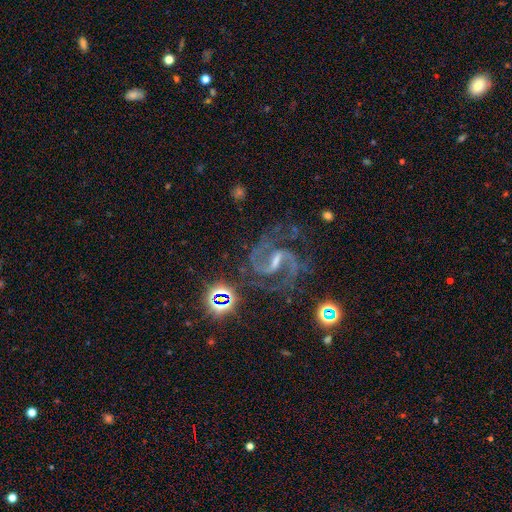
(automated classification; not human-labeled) smooth_or_featured: featured or disk (p=0.87) [alt: star or artifact p=0.10]
disk_edge_on: no (p=0.97) [alt: yes p=0.03]
bar: weak (p=0.45) [alt: strong p=0.43]
has_spiral_arms: yes (p=0.98) [alt: no p=0.02]
spiral_winding: medium (p=0.62) [alt: loose p=0.20]
spiral_arm_count: 2 (p=0.88) [alt: 3 p=0.04]
bulge_size: small (p=0.58) [alt: moderate p=0.25]
merging: none (p=0.69) [alt: minor disturbance p=0.16]